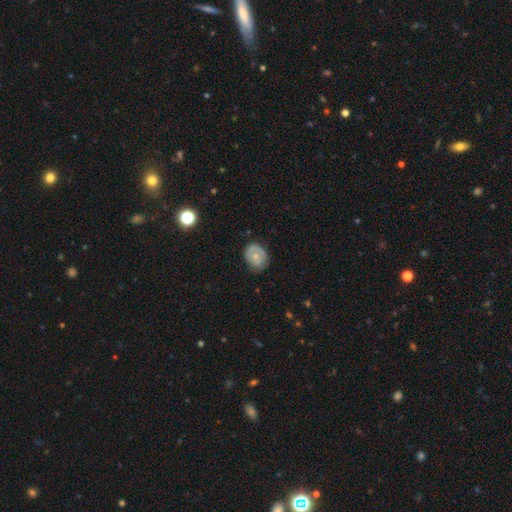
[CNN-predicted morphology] smooth_or_featured: smooth (p=0.47) [alt: featured or disk p=0.45]
merging: none (p=0.65) [alt: minor disturbance p=0.26]